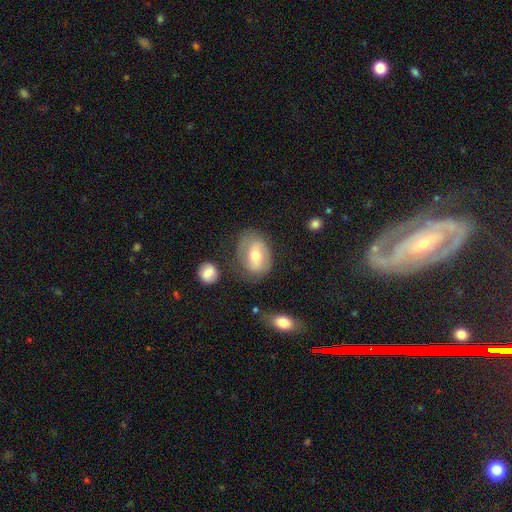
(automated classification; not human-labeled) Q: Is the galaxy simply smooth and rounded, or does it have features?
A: smooth — 48%.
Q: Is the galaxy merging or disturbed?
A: none — 65%.